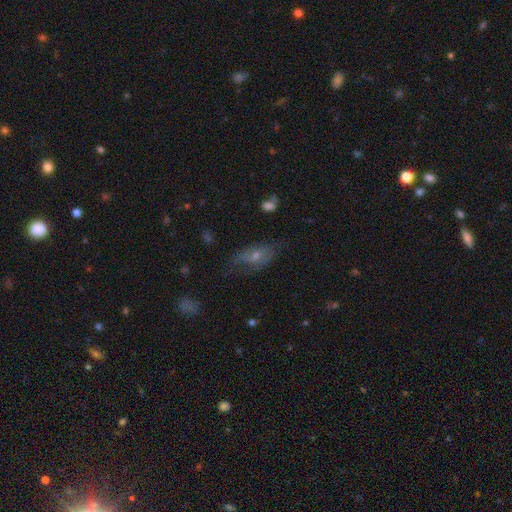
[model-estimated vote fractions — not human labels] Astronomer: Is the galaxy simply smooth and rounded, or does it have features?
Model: smooth — 42% (runner-up: featured or disk, 41%).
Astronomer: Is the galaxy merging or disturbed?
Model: none — 56%.